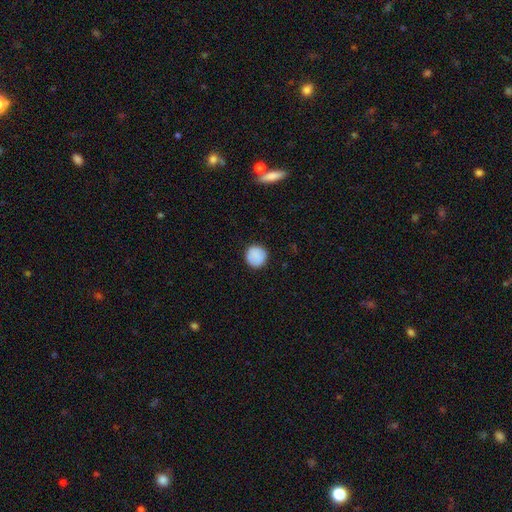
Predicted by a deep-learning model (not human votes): smooth_or_featured: smooth (p=0.88) [alt: star or artifact p=0.08]
how_rounded: round (p=0.94) [alt: in between p=0.05]
merging: none (p=0.90) [alt: minor disturbance p=0.07]